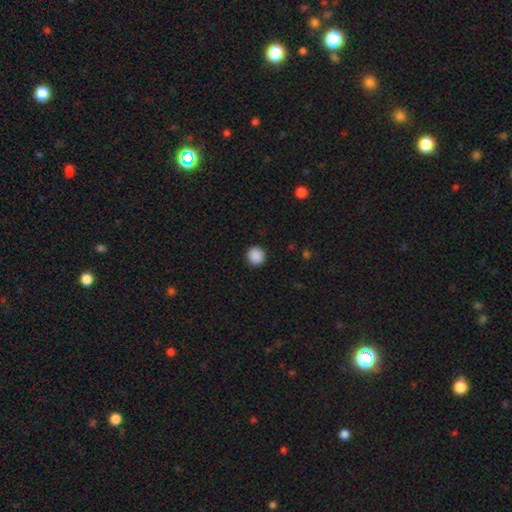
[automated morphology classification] This appears to be a smooth galaxy with no disk features (89%) that is round (94%). Merging: none (92%).